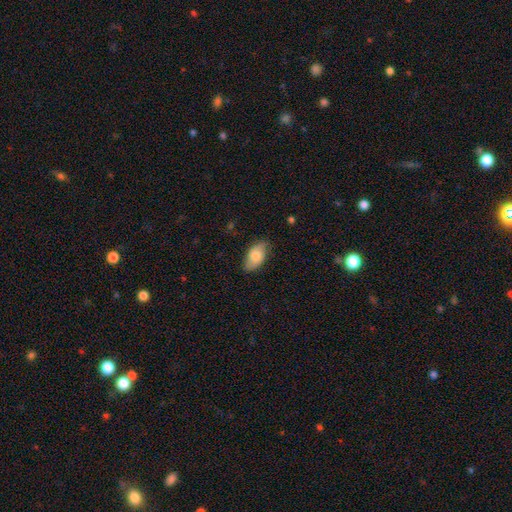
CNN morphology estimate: This is likely a smooth galaxy (75%). How rounded: clearly in between (93%). Merging: likely none (78%).